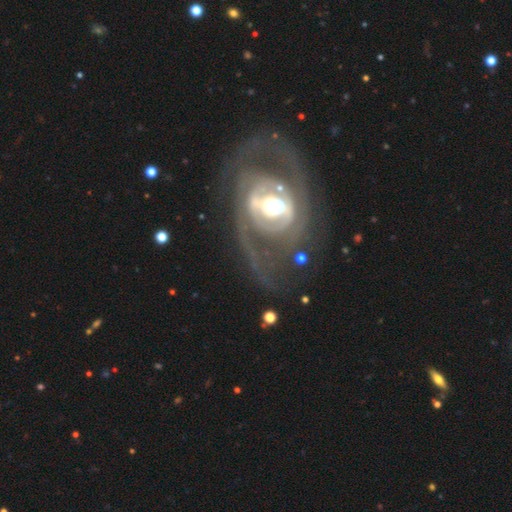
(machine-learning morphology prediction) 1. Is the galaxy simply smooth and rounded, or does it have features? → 86% featured or disk, 7% smooth, 6% star or artifact.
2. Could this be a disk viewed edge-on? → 95% no, 5% yes.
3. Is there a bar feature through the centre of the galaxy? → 41% strong, 36% weak, 23% no.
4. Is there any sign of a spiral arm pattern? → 84% yes, 16% no.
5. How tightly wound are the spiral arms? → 42% medium, 41% tight, 17% loose.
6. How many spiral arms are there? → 66% 2, 16% can't tell, 6% 3, 5% 1, 4% 4, 3% more than 4.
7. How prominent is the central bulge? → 53% moderate, 27% large, 14% small, 4% dominant, 2% none.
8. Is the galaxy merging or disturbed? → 68% none, 15% major disturbance, 14% minor disturbance, 3% merger.